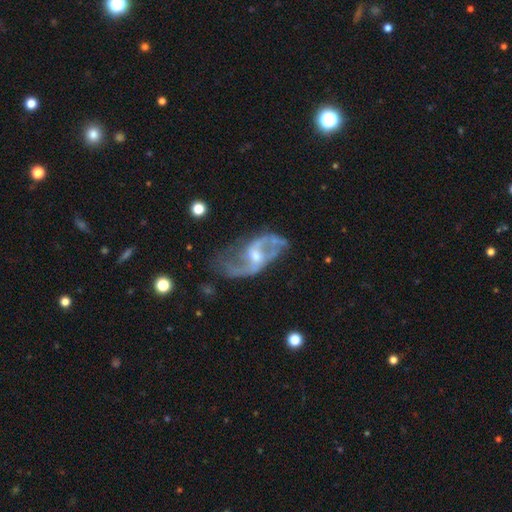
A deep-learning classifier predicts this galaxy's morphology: This is clearly a featured or disk galaxy (89%). It is clearly not viewed edge-on (96%). Bar: possibly weak (48%). Spiral arm pattern: clearly yes (95%). Spiral arm count: clearly 2 (88%). Spiral winding: possibly loose (57%). Central bulge: possibly small (50%). Merging: likely none (62%).